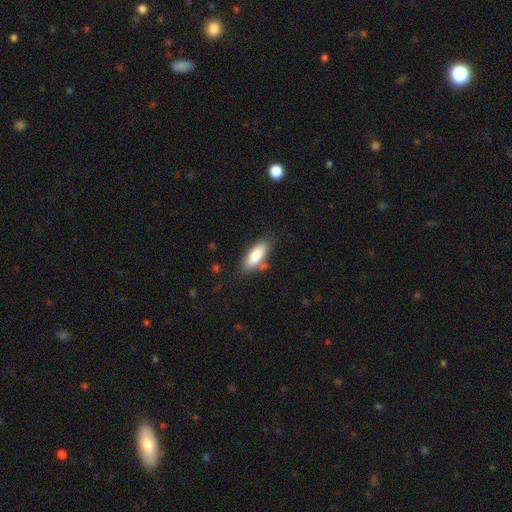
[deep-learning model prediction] A smooth galaxy with no disk features (85%) that is in between round and cigar-shaped (77%).

Vote fractions:
- Smooth or featured? smooth: 85% / featured or disk: 9% / star or artifact: 6%
- How rounded? in between: 77% / cigar-shaped: 21% / round: 2%
- Merging? none: 73% / minor disturbance: 18% / merger: 5% / major disturbance: 4%